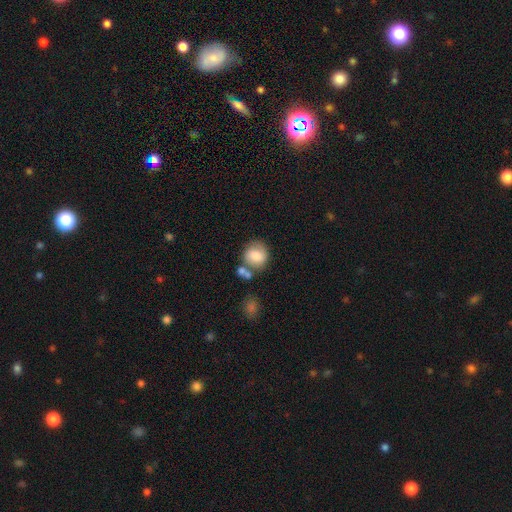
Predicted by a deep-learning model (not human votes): This appears to be a smooth galaxy with no disk features (75%) that is round (77%). Merging: none (55%).